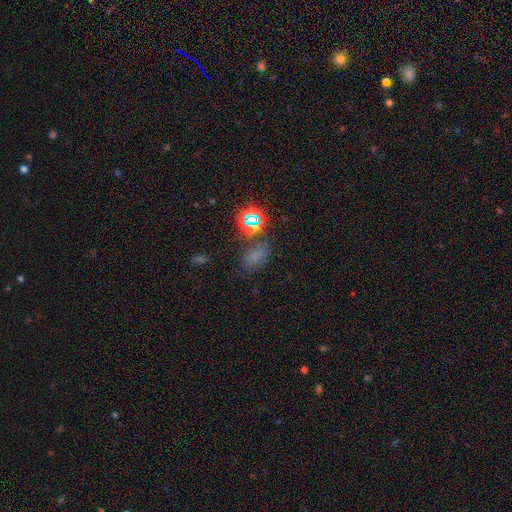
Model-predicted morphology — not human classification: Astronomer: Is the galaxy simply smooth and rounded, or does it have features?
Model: smooth — 56% (runner-up: star or artifact, 36%).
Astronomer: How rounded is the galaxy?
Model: in between — 77%.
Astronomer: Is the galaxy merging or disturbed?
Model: none — 64%.